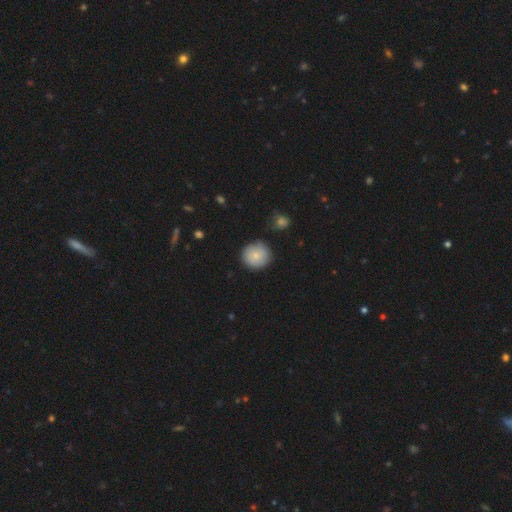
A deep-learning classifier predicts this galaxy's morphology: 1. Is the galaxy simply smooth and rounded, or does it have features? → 81% smooth, 11% featured or disk, 8% star or artifact.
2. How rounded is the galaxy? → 93% round, 6% in between, 1% cigar-shaped.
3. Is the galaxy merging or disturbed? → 81% none, 14% minor disturbance, 3% major disturbance, 2% merger.